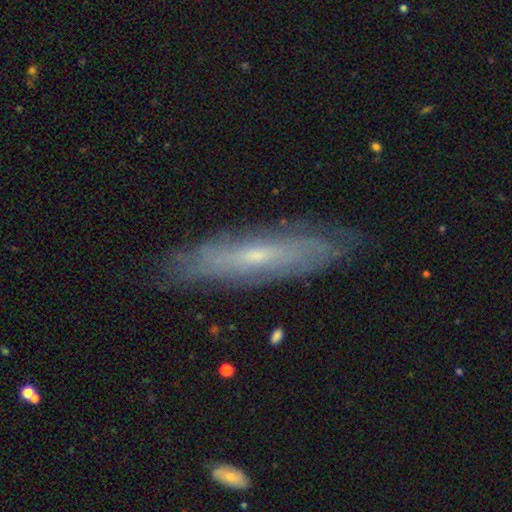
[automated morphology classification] type=featured or disk (66%); edge-on=no (53%); merging=none (83%).